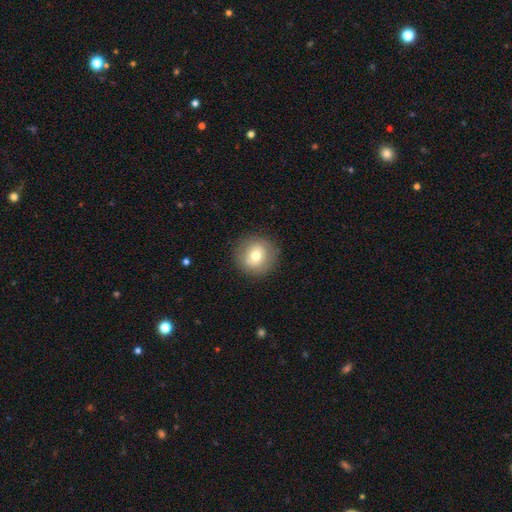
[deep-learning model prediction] The model was most divided on "smooth or featured": smooth: 70%, featured or disk: 20%, star or artifact: 10%. More confident: how rounded — round (93%); merging — none (87%).